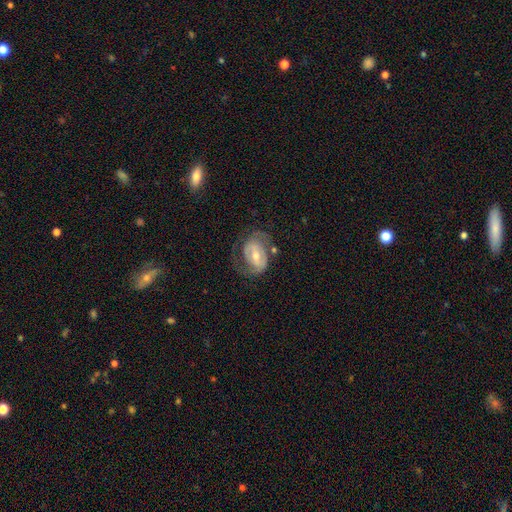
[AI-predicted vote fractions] Smooth or featured? featured or disk (73%)
Edge-on disk? no (95%)
Bar? weak (40%)
Spiral arms? yes (73%)
Spiral winding? medium (41%)
Spiral arm count? 2 (69%)
Bulge size? moderate (57%)
Merging? none (54%)